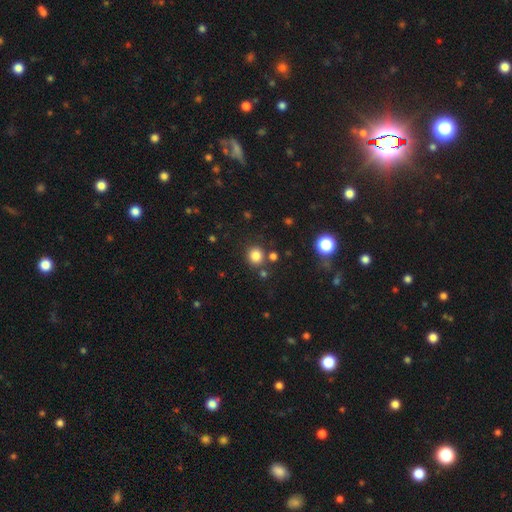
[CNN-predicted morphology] Smooth or featured? smooth (82%)
How rounded? round (87%)
Merging? none (82%)